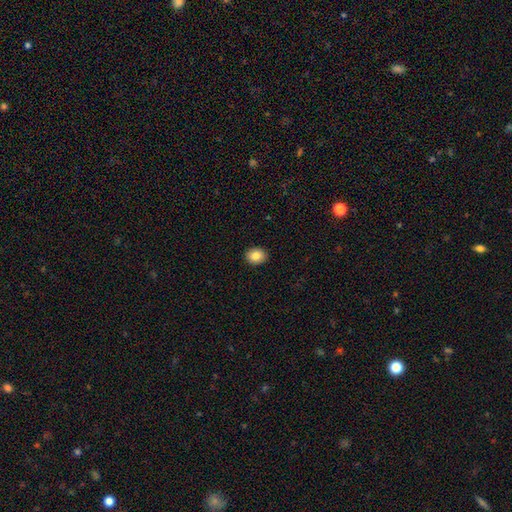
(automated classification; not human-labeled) Q: Smooth or featured?
A: smooth (86%); runner-up: star or artifact (8%)
Q: How rounded?
A: round (51%); runner-up: in between (48%)
Q: Merging?
A: none (91%); runner-up: minor disturbance (6%)